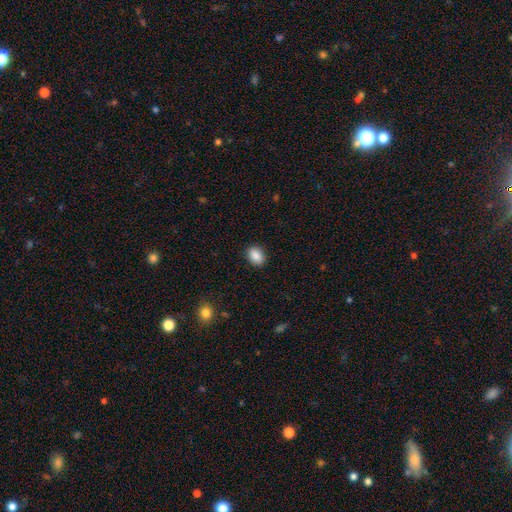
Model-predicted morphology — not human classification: Smooth or featured?
  - smooth: 89% *
  - star or artifact: 8%
  - featured or disk: 3%
How rounded?
  - in between: 73% *
  - round: 26%
  - cigar-shaped: 1%
Merging?
  - none: 89% *
  - minor disturbance: 8%
  - major disturbance: 2%
  - merger: 1%